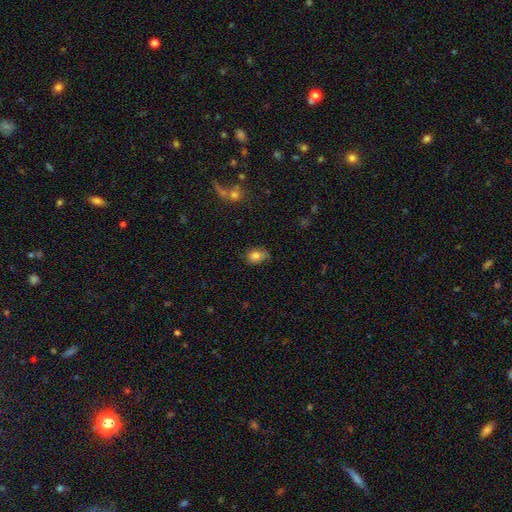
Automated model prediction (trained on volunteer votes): Overall: smooth (81%). How rounded: in between (72%). Merging: none (64%; minor disturbance 28%).